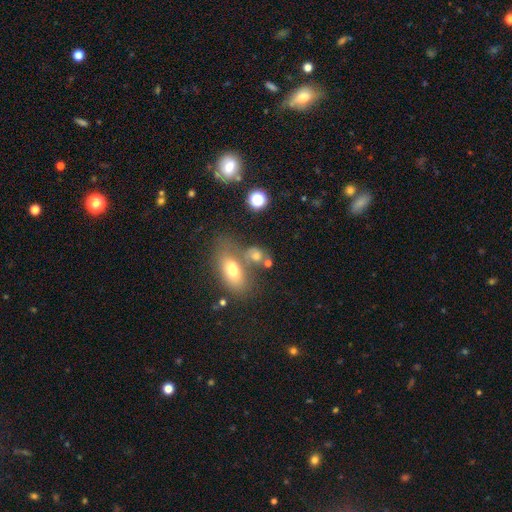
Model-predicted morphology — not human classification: A smooth galaxy with no disk features (67%) that is in between round and cigar-shaped (68%).

Vote fractions:
- Smooth or featured? smooth: 67% / featured or disk: 19% / star or artifact: 14%
- How rounded? in between: 68% / round: 27% / cigar-shaped: 5%
- Merging? merger: 43% / none: 34% / minor disturbance: 13% / major disturbance: 10%